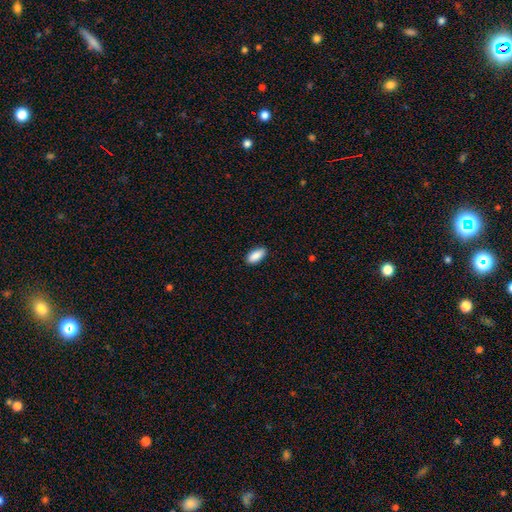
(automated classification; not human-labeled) Morphology: type=smooth (89%); roundness=in between (86%); merging=none (88%).